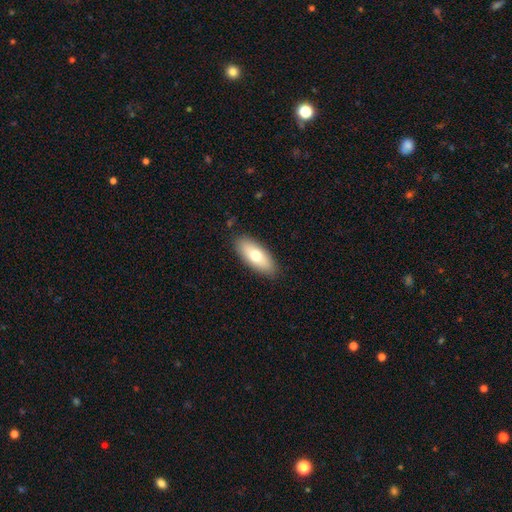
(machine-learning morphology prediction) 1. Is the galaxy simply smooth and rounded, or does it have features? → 69% smooth, 25% featured or disk, 6% star or artifact.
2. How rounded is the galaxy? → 82% in between, 16% cigar-shaped, 2% round.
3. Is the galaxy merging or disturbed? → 88% none, 9% minor disturbance, 2% major disturbance, 1% merger.